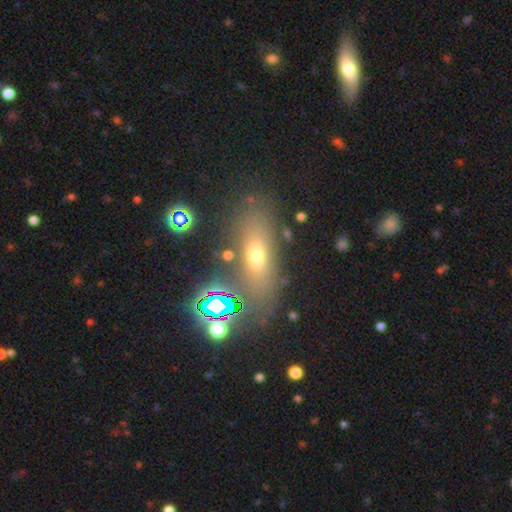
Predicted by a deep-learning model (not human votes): A smooth galaxy with no disk features (53%) that is in between round and cigar-shaped (56%). Merging: none (76%).